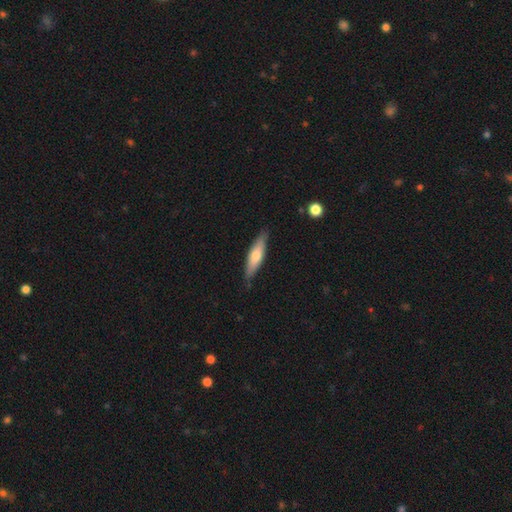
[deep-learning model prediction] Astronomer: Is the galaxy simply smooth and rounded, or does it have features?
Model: smooth — 58% (runner-up: featured or disk, 36%).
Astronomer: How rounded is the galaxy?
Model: cigar-shaped — 71%.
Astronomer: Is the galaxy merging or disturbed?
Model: none — 84%.